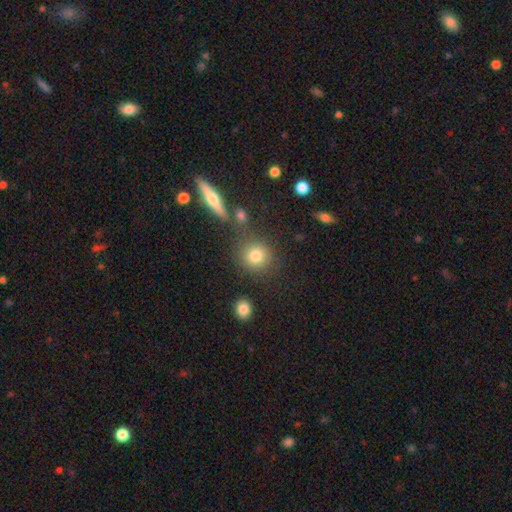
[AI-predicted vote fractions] A smooth galaxy with no disk features (79%) that is round (88%).

Vote fractions:
- Smooth or featured? smooth: 79% / star or artifact: 12% / featured or disk: 9%
- How rounded? round: 88% / in between: 11% / cigar-shaped: 2%
- Merging? none: 76% / minor disturbance: 10% / merger: 9% / major disturbance: 5%